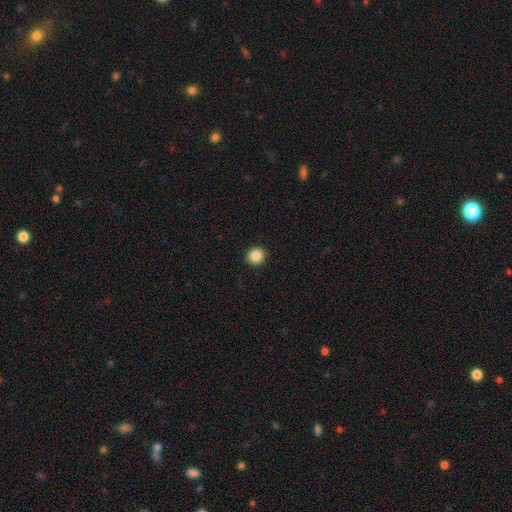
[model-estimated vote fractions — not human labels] smooth 87%, star or artifact 10%, featured or disk 4%. Down the decision tree: how rounded — round (93%); merging — none (93%).